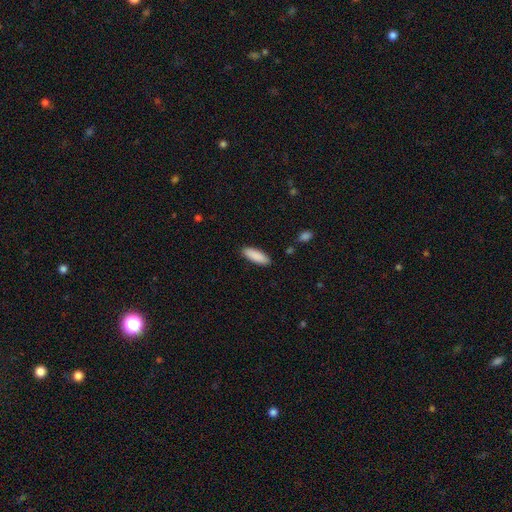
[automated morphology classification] Overall: smooth (90%). How rounded: in between (58%; cigar-shaped 41%). Merging: none (89%).